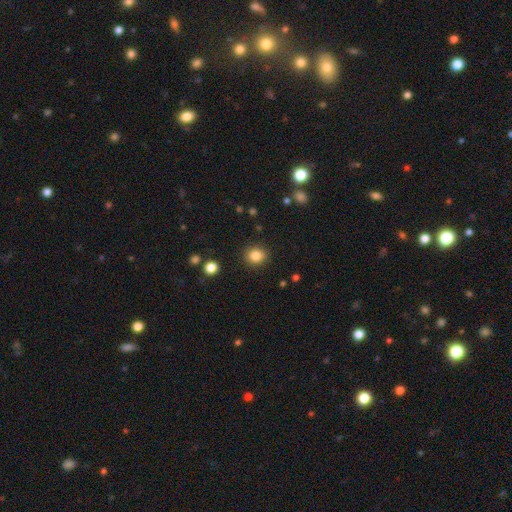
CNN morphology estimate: smooth 84%, star or artifact 11%, featured or disk 5%. Down the decision tree: how rounded — round (72%); merging — none (88%).